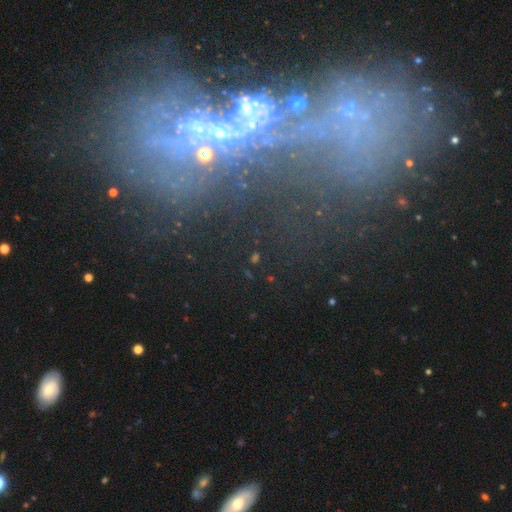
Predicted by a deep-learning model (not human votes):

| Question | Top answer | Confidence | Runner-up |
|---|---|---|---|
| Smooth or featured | star or artifact | 48% | featured or disk (36%) |